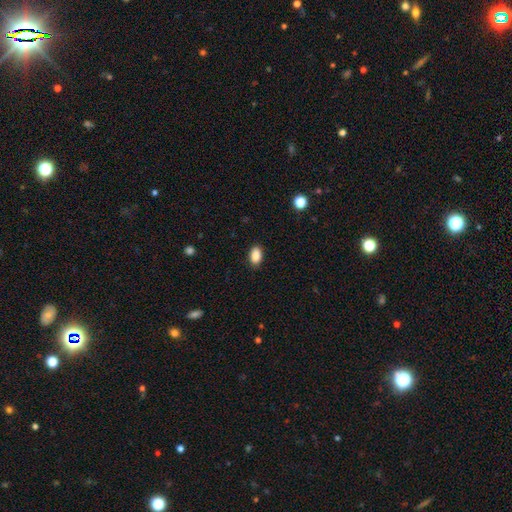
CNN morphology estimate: smooth-or-featured: smooth: 89% | star or artifact: 8% | featured or disk: 3%
  how-rounded: in between: 90% | round: 9% | cigar-shaped: 2%
  merging: none: 87% | minor disturbance: 10% | major disturbance: 2% | merger: 1%